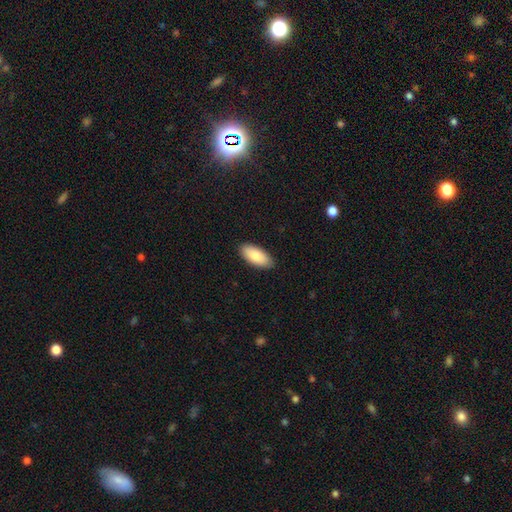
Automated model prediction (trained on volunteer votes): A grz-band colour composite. It shows a smooth galaxy with no disk features (87%) that is in between round and cigar-shaped (89%). Merging: none (89%).